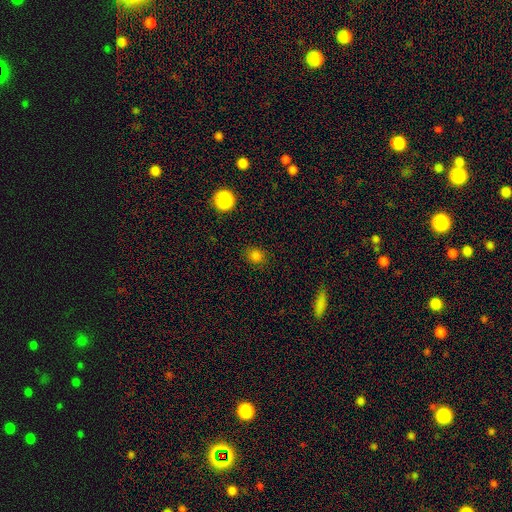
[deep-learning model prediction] smooth 79%, star or artifact 17%, featured or disk 4%. Down the decision tree: how rounded — round (75%); merging — none (87%).